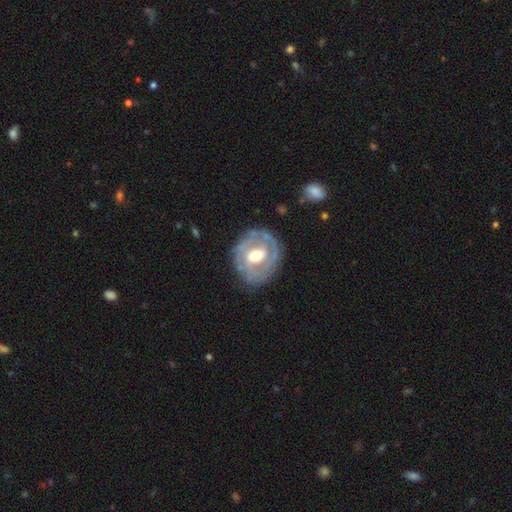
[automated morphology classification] smooth-or-featured: featured or disk: 72% | smooth: 23% | star or artifact: 5%
  disk-edge-on: no: 96% | yes: 4%
    bar: no: 48% | weak: 37% | strong: 15%
    has-spiral-arms: yes: 58% | no: 42%
    bulge-size: moderate: 68% | large: 16% | small: 14% | dominant: 1% | none: 1%
  merging: none: 74% | minor disturbance: 17% | major disturbance: 7% | merger: 2%